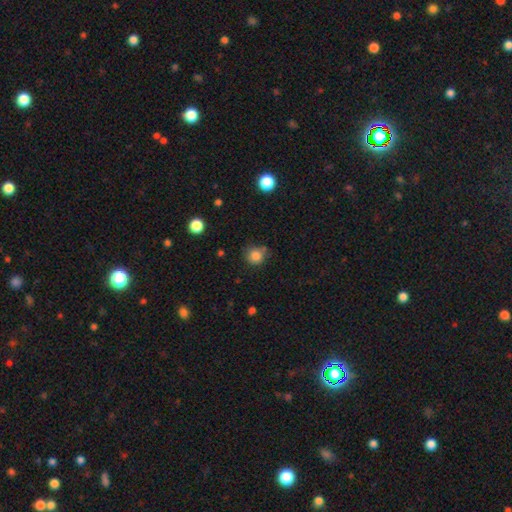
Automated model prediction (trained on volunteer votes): smooth-or-featured: smooth: 83% | star or artifact: 12% | featured or disk: 5%
  how-rounded: round: 85% | in between: 14% | cigar-shaped: 1%
  merging: none: 65% | minor disturbance: 23% | merger: 6% | major disturbance: 6%